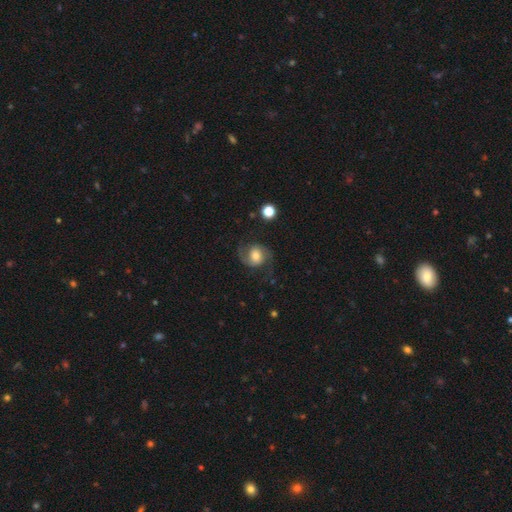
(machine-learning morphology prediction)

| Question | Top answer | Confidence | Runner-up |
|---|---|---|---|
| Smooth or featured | featured or disk | 75% | smooth (17%) |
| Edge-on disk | no | 98% | yes (2%) |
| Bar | no | 60% | weak (32%) |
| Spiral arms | yes | 95% | no (5%) |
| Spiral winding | medium | 52% | loose (32%) |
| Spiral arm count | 2 | 92% | can't tell (3%) |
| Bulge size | moderate | 57% | small (23%) |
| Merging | none | 74% | minor disturbance (14%) |